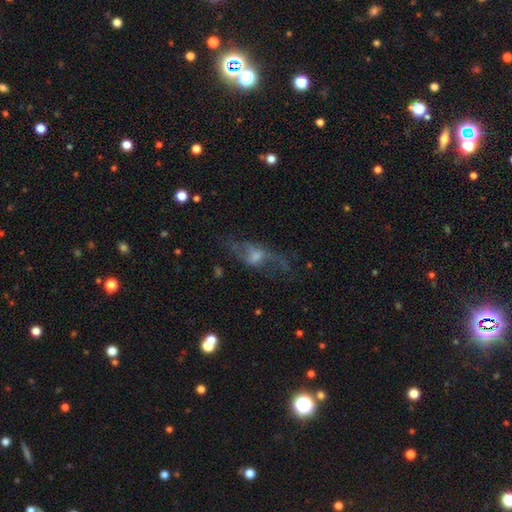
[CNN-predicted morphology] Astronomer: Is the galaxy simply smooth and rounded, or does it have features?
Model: featured or disk — 63%.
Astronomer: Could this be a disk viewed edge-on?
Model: no — 80%.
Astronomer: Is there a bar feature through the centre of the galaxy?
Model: no — 56% (runner-up: weak, 34%).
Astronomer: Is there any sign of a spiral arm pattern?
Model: yes — 63%.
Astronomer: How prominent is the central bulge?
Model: moderate — 39% (runner-up: small, 38%).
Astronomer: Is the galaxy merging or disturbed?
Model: none — 50% (runner-up: major disturbance, 27%).